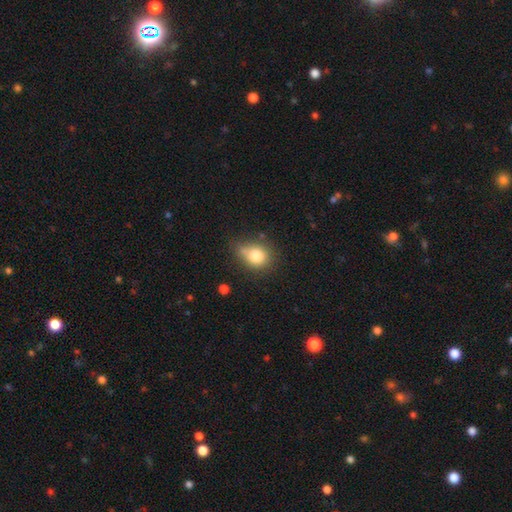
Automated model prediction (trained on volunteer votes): Overall: smooth (80%). How rounded: round (65%; in between 34%). Merging: none (57%; minor disturbance 26%).